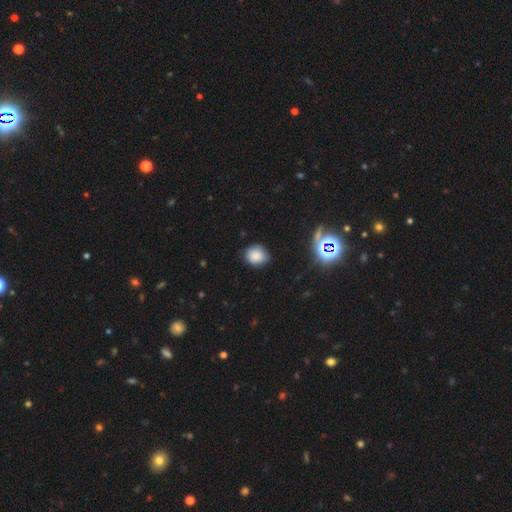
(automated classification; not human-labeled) Overall: smooth (83%). How rounded: round (68%; in between 31%). Merging: none (79%).